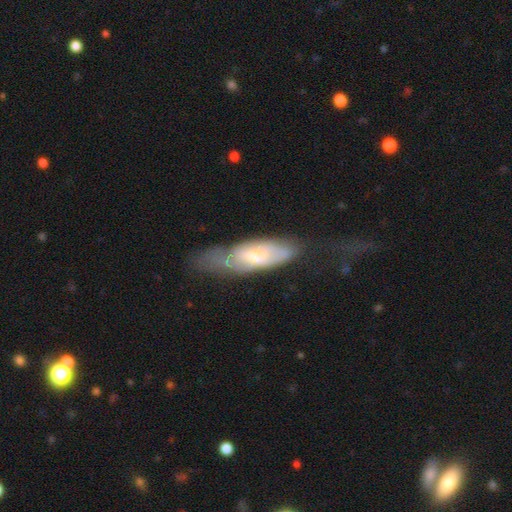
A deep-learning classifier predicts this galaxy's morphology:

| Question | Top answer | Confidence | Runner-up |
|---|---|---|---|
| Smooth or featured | featured or disk | 50% | smooth (44%) |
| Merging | none | 36% | minor disturbance (32%) |